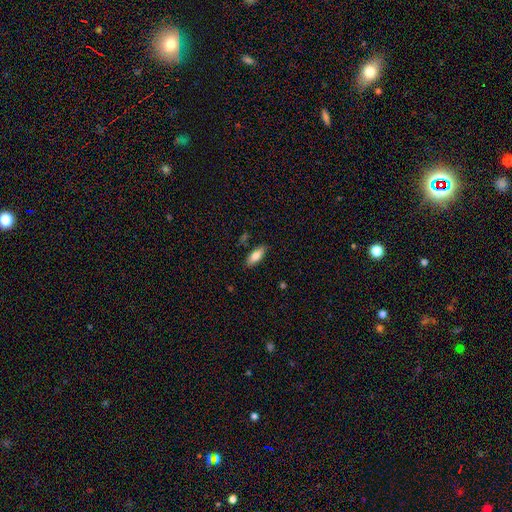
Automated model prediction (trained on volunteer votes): Morphology: type=smooth (79%); roundness=in between (75%); merging=none (85%).